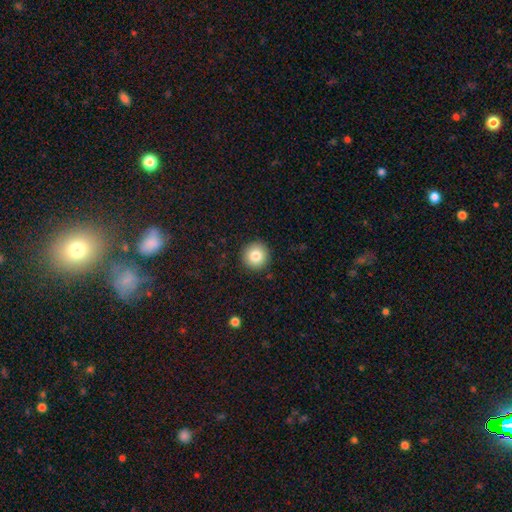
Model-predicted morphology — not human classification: smooth 83%, star or artifact 9%, featured or disk 8%. Down the decision tree: how rounded — round (96%); merging — none (92%).